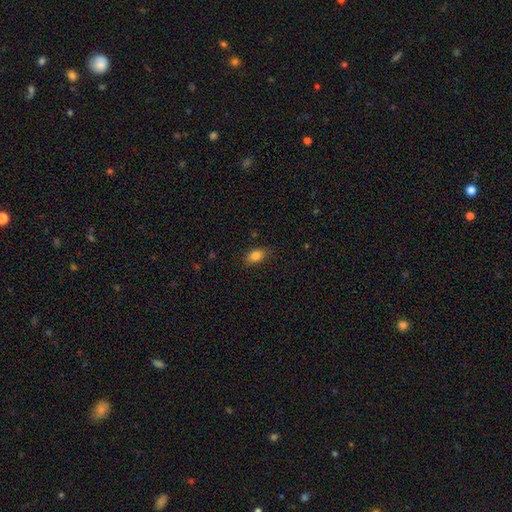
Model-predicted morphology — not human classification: Overall: smooth (83%). How rounded: in between (83%). Merging: none (82%).